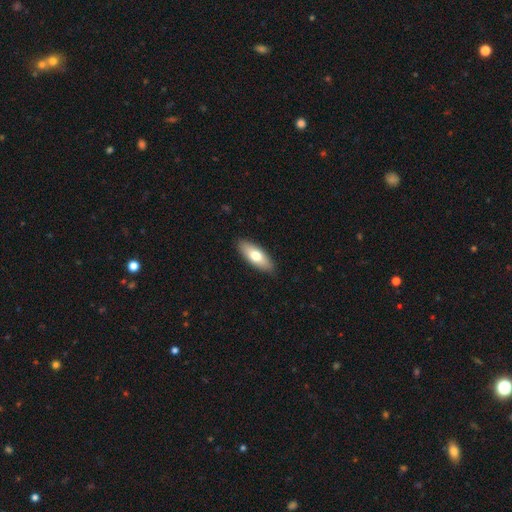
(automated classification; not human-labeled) Morphology: type=smooth (70%); roundness=in between (73%); merging=none (88%).